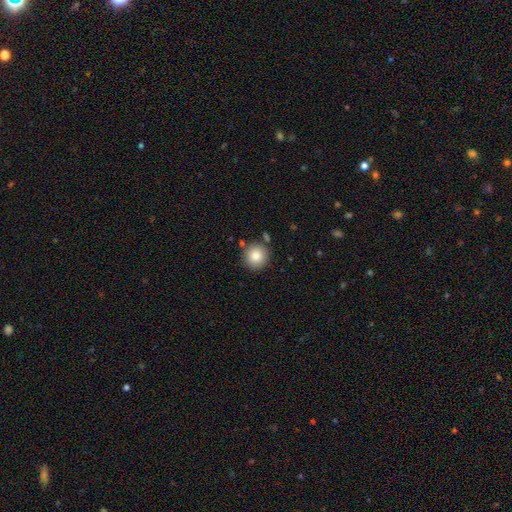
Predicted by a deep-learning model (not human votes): smooth 83%, star or artifact 9%, featured or disk 8%. Down the decision tree: how rounded — round (94%); merging — none (83%).